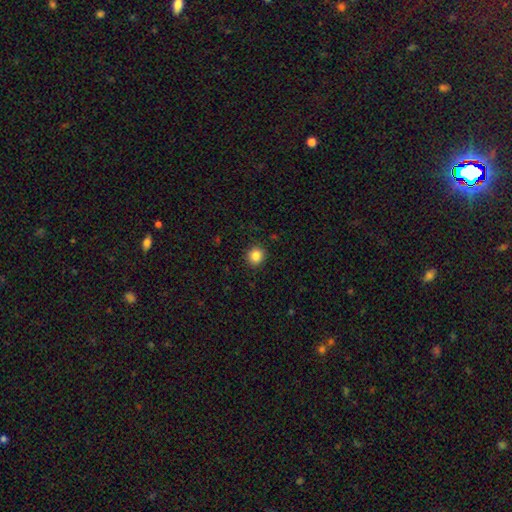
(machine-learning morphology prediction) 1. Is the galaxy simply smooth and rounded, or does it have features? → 85% smooth, 11% star or artifact, 4% featured or disk.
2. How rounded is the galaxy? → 92% round, 7% in between, 1% cigar-shaped.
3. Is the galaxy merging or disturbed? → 92% none, 5% minor disturbance, 2% major disturbance, 1% merger.